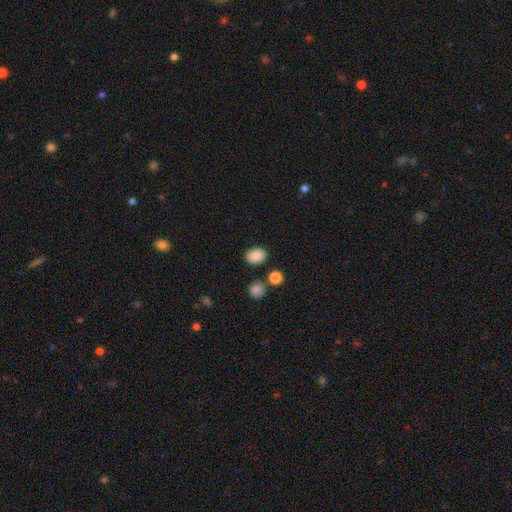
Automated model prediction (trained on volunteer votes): Smooth or featured?
  - smooth: 85% *
  - star or artifact: 9%
  - featured or disk: 6%
How rounded?
  - in between: 65% *
  - round: 34%
  - cigar-shaped: 1%
Merging?
  - none: 83% *
  - minor disturbance: 10%
  - merger: 4%
  - major disturbance: 3%